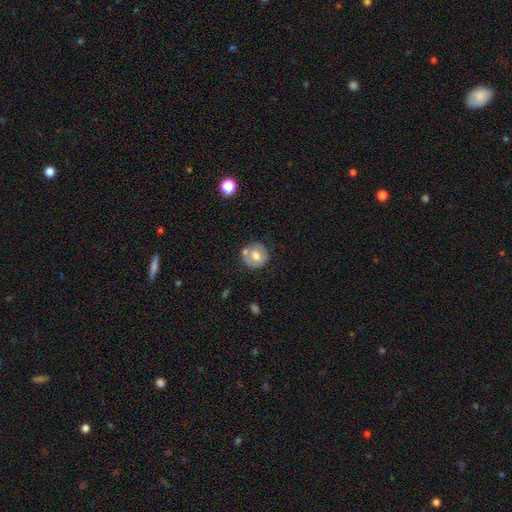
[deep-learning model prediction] A smooth galaxy with no disk features (55%) that is round (83%).

Vote fractions:
- Smooth or featured? smooth: 55% / featured or disk: 37% / star or artifact: 8%
- How rounded? round: 83% / in between: 16% / cigar-shaped: 1%
- Merging? none: 64% / minor disturbance: 18% / merger: 12% / major disturbance: 6%